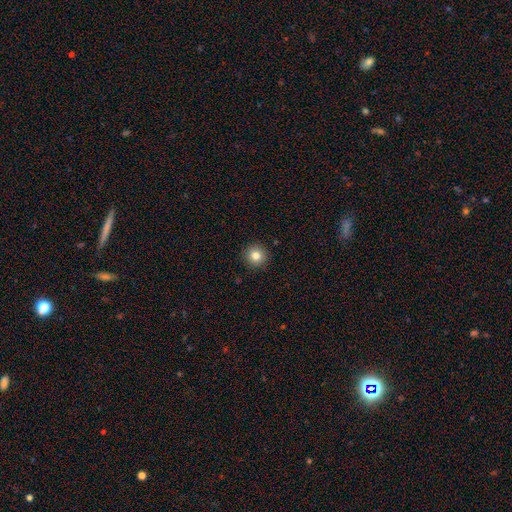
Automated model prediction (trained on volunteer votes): Q: Smooth or featured?
A: smooth (82%); runner-up: star or artifact (11%)
Q: How rounded?
A: round (95%); runner-up: in between (4%)
Q: Merging?
A: none (93%); runner-up: minor disturbance (5%)